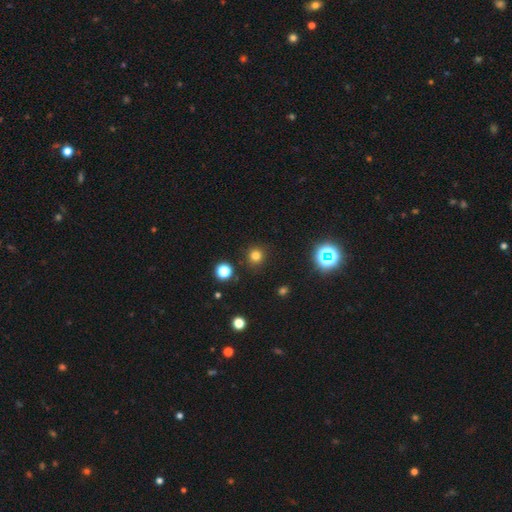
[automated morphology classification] type=smooth (77%); roundness=round (93%); merging=none (90%).